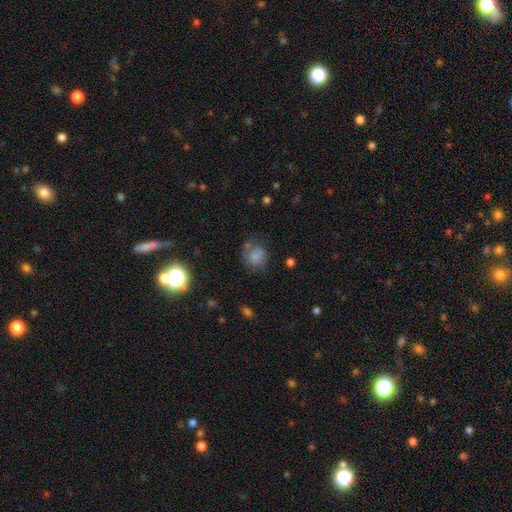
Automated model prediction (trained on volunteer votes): smooth 70%, featured or disk 17%, star or artifact 12%. Down the decision tree: how rounded — round (75%); merging — none (50%).